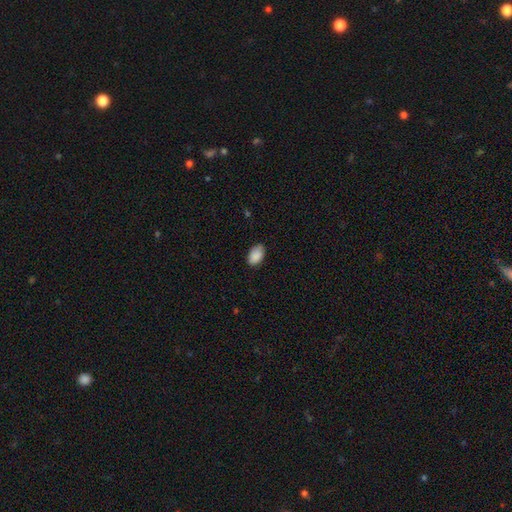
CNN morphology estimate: A smooth galaxy with no disk features (89%) that is in between round and cigar-shaped (92%). Merging: none (78%).